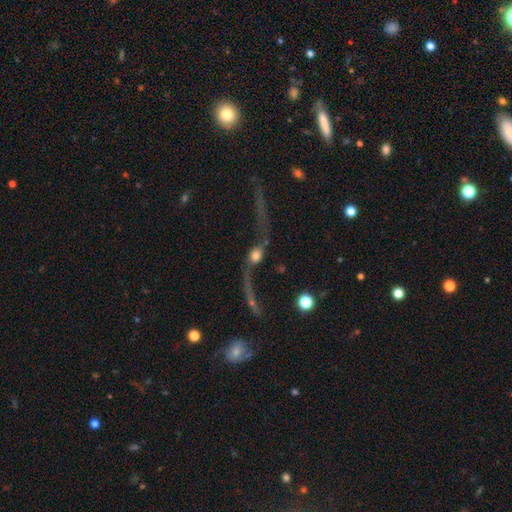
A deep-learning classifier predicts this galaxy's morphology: Smooth or featured: featured or disk — 66% (smooth — 23%)
Edge-on disk: no — 75% (yes — 25%)
Merging: none — 36% (major disturbance — 31%)